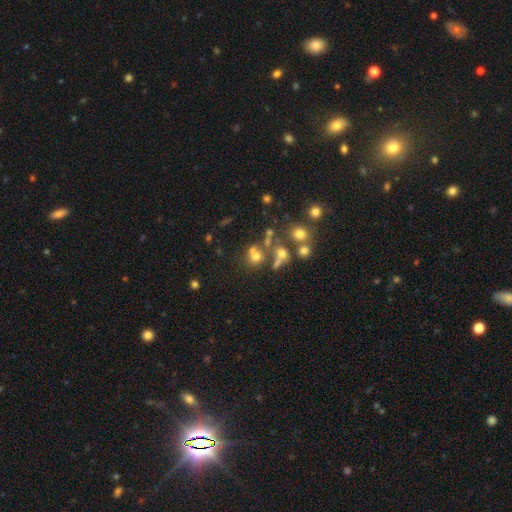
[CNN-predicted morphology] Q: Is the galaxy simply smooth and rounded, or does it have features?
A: smooth — 62%.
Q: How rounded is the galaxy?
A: round — 82%.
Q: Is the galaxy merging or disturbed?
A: none — 50%.